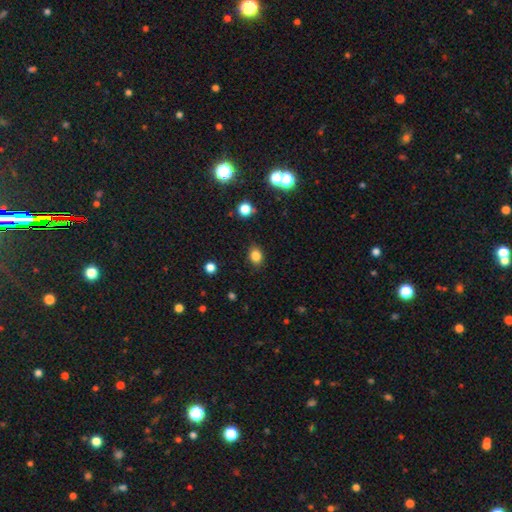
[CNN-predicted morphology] Smooth or featured? Predicted: smooth (p=0.83). How rounded? Predicted: in between (p=0.61). Merging? Predicted: none (p=0.86).